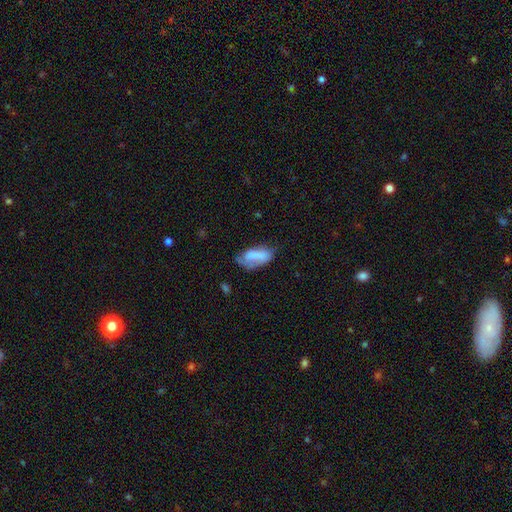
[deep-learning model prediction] smooth_or_featured: smooth (p=0.70) [alt: featured or disk p=0.22]
how_rounded: in between (p=0.89) [alt: cigar-shaped p=0.08]
merging: none (p=0.38) [alt: minor disturbance p=0.35]